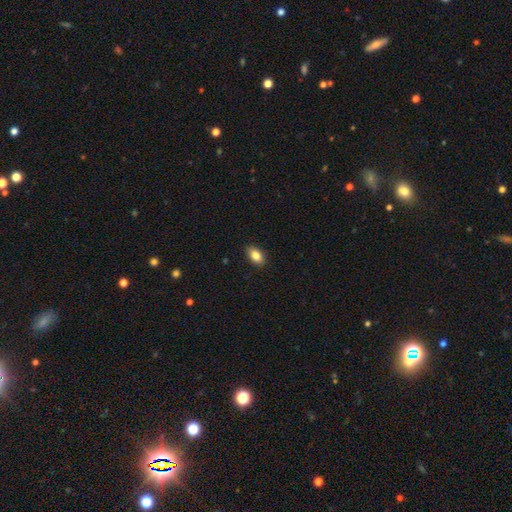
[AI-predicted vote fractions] Smooth or featured?
  - smooth: 83% *
  - featured or disk: 9%
  - star or artifact: 8%
How rounded?
  - in between: 87% *
  - round: 10%
  - cigar-shaped: 3%
Merging?
  - none: 87% *
  - minor disturbance: 10%
  - major disturbance: 2%
  - merger: 1%